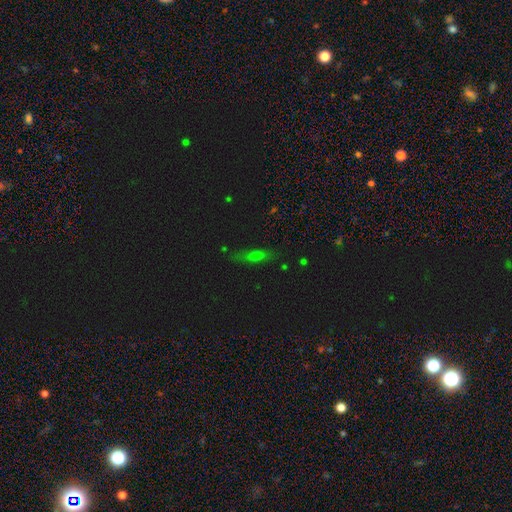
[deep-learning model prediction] This appears to be a smooth galaxy with no disk features (57%) that is cigar-shaped (58%). Merging: none (77%).